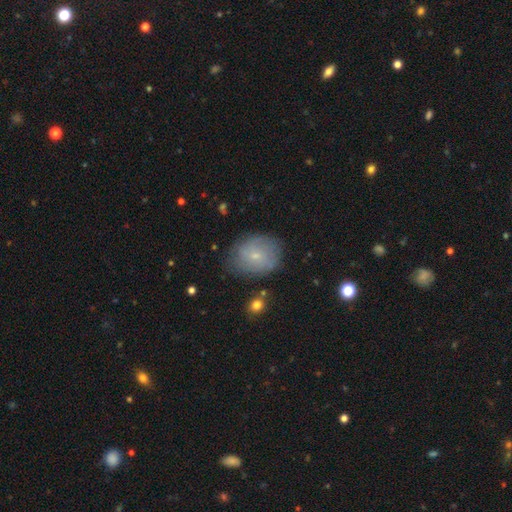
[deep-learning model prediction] Smooth or featured? smooth (55%)
How rounded? in between (49%, tied with round)
Merging? none (72%)